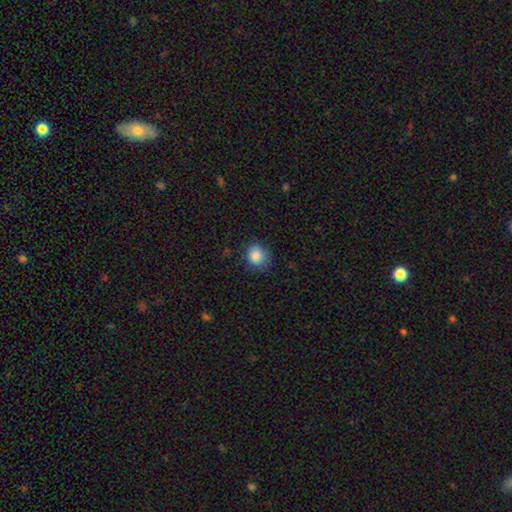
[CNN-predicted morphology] A smooth galaxy with no disk features (87%) that is round (71%). Merging: none (75%).